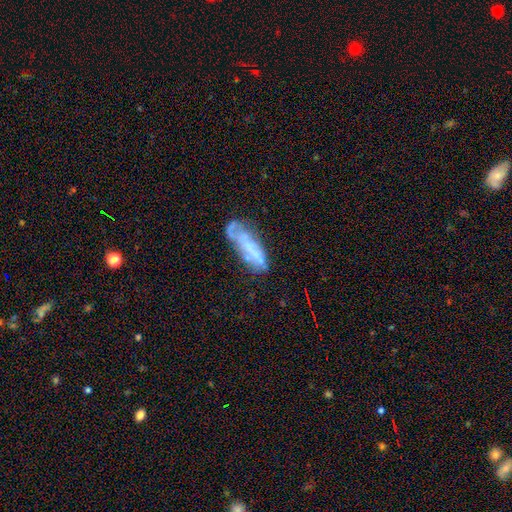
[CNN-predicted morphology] Smooth or featured? Predicted: featured or disk (p=0.48). Merging? Predicted: none (p=0.34).